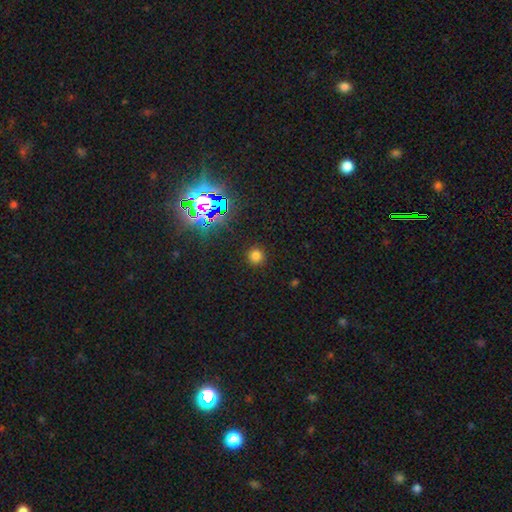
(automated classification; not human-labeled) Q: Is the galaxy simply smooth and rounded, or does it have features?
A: smooth — 73%.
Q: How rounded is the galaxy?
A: round — 94%.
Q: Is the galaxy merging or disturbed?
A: none — 90%.